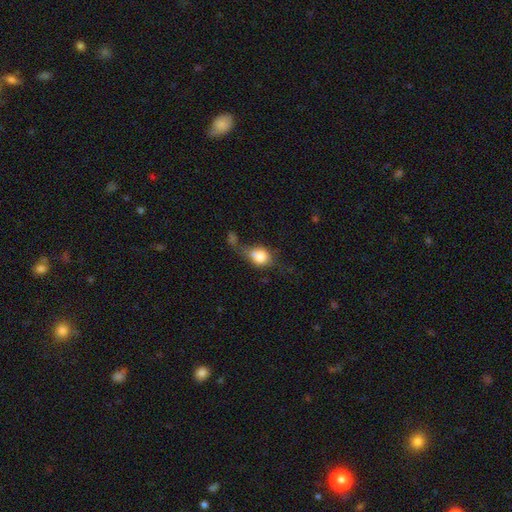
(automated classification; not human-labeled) Morphology: type=smooth (70%); roundness=round (49%); merging=none (33%).